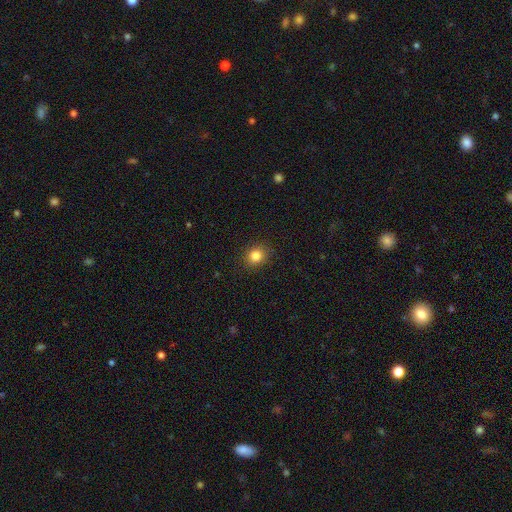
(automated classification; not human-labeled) This appears to be a smooth galaxy with no disk features (83%) that is round (76%). Merging: none (90%).